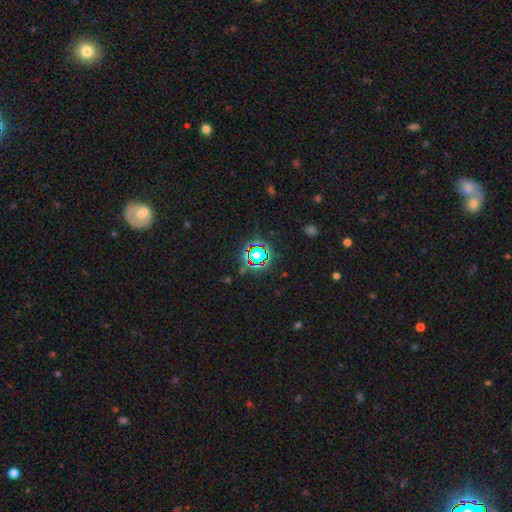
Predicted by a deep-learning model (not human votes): The model was most divided on "smooth or featured": star or artifact: 65%, smooth: 23%, featured or disk: 11%.